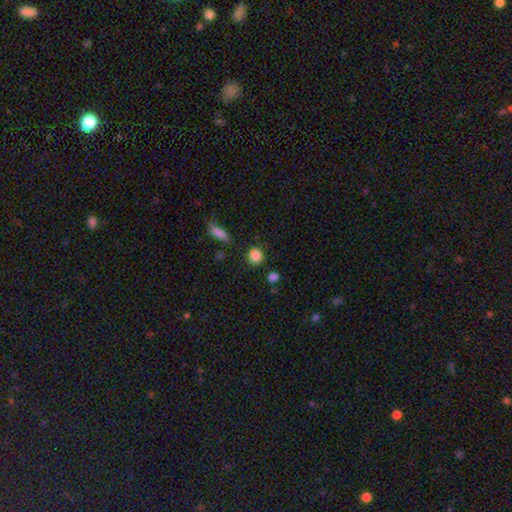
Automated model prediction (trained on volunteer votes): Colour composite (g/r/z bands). It shows a smooth galaxy with no disk features (86%) that is round (84%). Merging: none (83%).